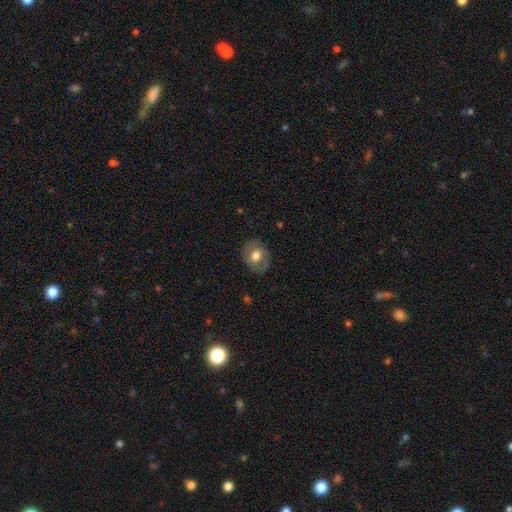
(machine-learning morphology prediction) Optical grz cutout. It shows a smooth galaxy with no disk features (56%) that is round (52%). Merging: none (81%).